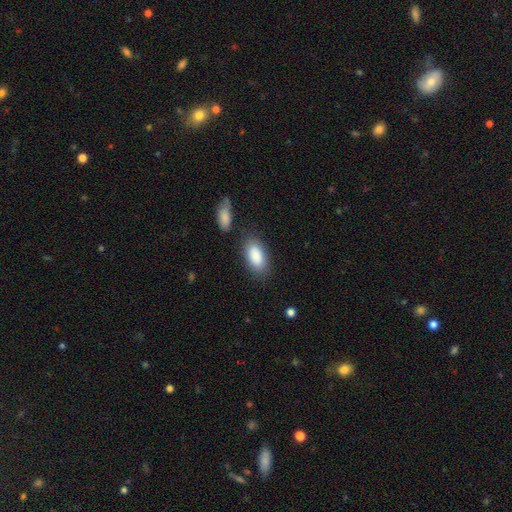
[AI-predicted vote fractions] This is clearly a smooth galaxy (89%). How rounded: clearly in between (92%). Merging: likely none (76%).